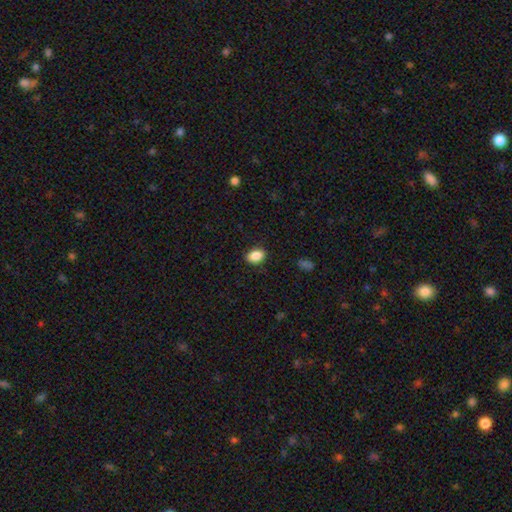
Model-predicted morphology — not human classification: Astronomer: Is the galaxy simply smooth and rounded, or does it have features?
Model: smooth — 88%.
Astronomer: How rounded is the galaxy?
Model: in between — 82%.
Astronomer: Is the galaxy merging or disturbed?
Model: none — 87%.